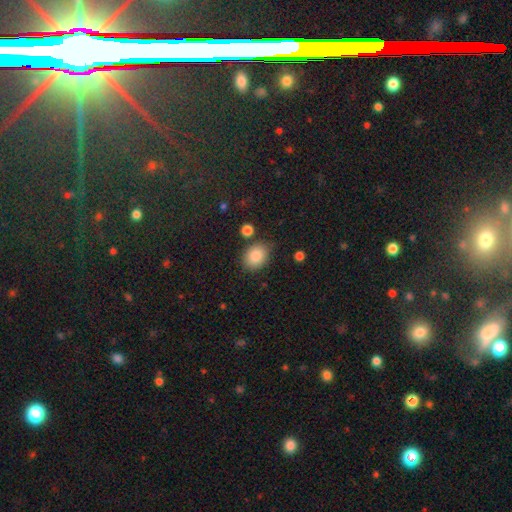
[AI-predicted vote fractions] A smooth galaxy with no disk features (86%) that is in between round and cigar-shaped (61%). Merging: none (80%).